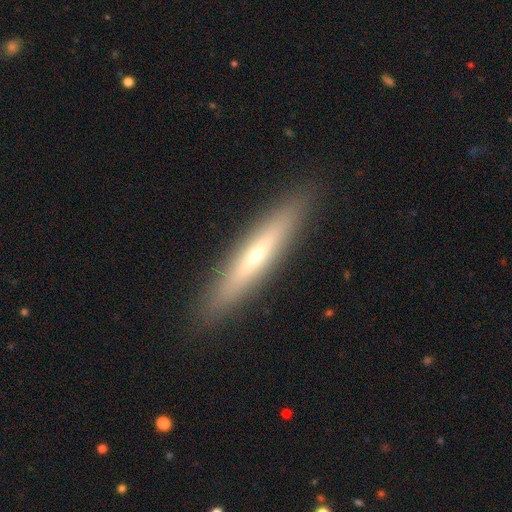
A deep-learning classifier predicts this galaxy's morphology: smooth_or_featured: featured or disk (p=0.51) [alt: smooth p=0.42]
disk_edge_on: yes (p=0.89) [alt: no p=0.11]
merging: none (p=0.90) [alt: minor disturbance p=0.07]